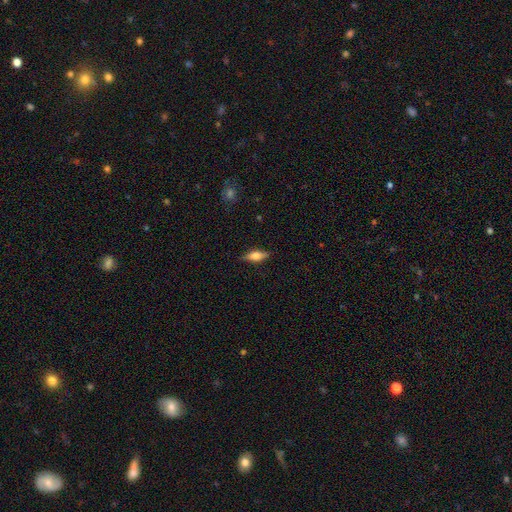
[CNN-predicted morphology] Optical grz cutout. It shows a smooth galaxy with no disk features (60%) that is in between round and cigar-shaped (64%). Merging: none (84%).